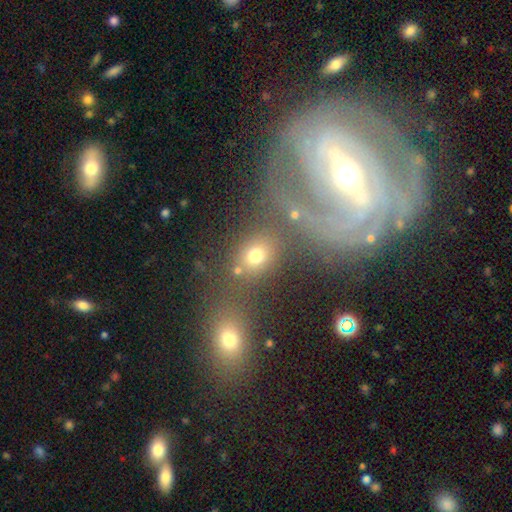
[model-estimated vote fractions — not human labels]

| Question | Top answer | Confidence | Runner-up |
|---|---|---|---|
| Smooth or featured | smooth | 67% | star or artifact (21%) |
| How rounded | round | 54% | in between (43%) |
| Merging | none | 62% | merger (19%) |